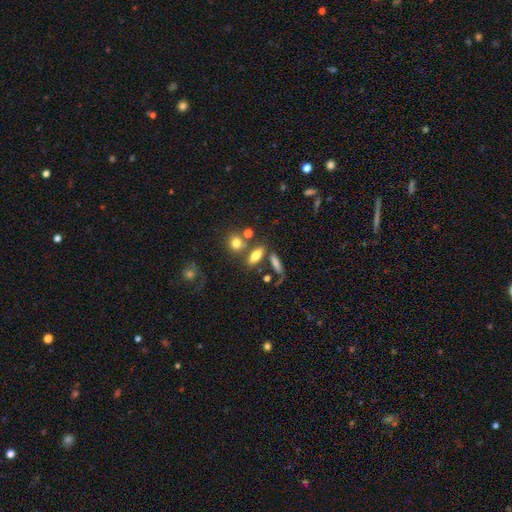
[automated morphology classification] Smooth or featured? Predicted: smooth (p=0.72). How rounded? Predicted: in between (p=0.60). Merging? Predicted: none (p=0.64).